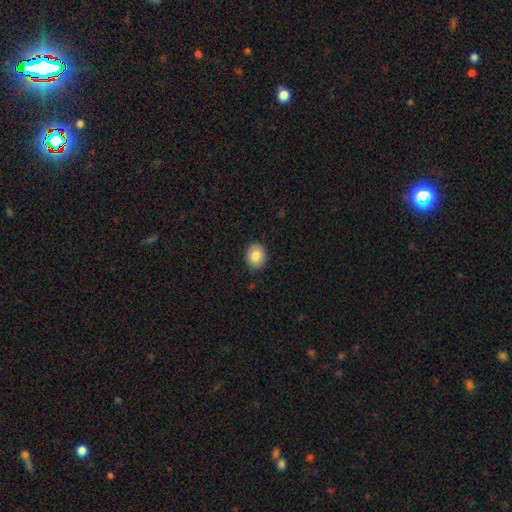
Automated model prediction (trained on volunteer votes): Smooth or featured? Predicted: smooth (p=0.83). How rounded? Predicted: round (p=0.68). Merging? Predicted: none (p=0.90).